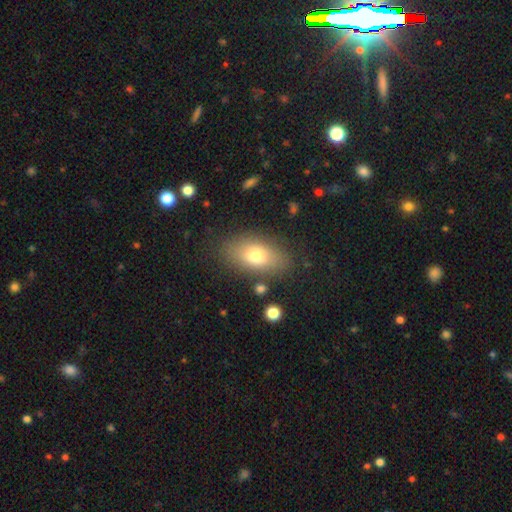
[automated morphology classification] This appears to be a smooth galaxy with no disk features (74%) that is in between round and cigar-shaped (88%). Merging: none (80%).